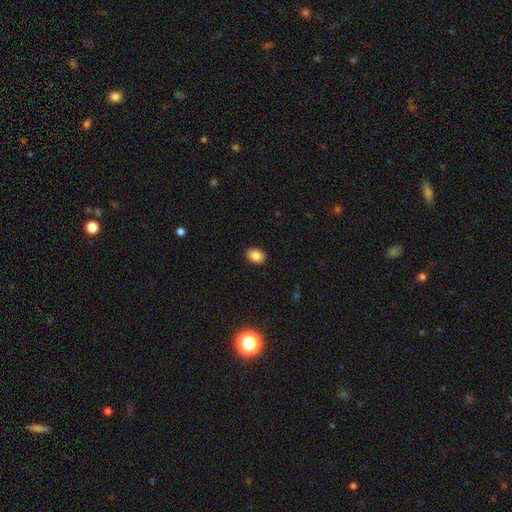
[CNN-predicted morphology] This appears to be a smooth galaxy with no disk features (87%) that is in between round and cigar-shaped (75%). Merging: none (90%).